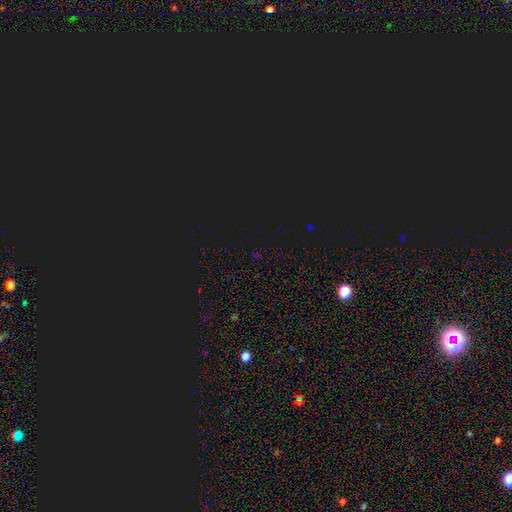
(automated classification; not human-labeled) Smooth or featured? Predicted: star or artifact (p=0.75).